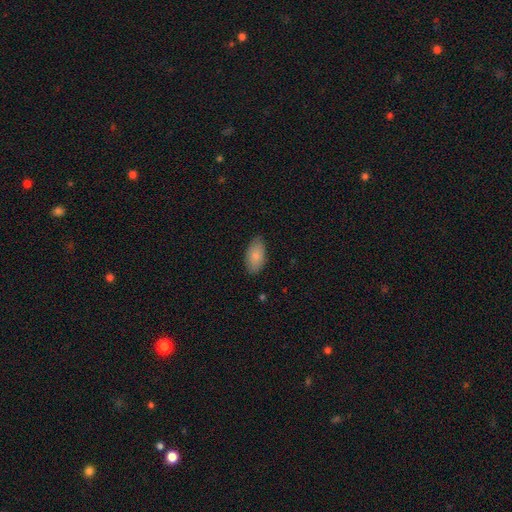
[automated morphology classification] smooth 85%, featured or disk 9%, star or artifact 6%. Down the decision tree: how rounded — in between (94%); merging — none (84%).